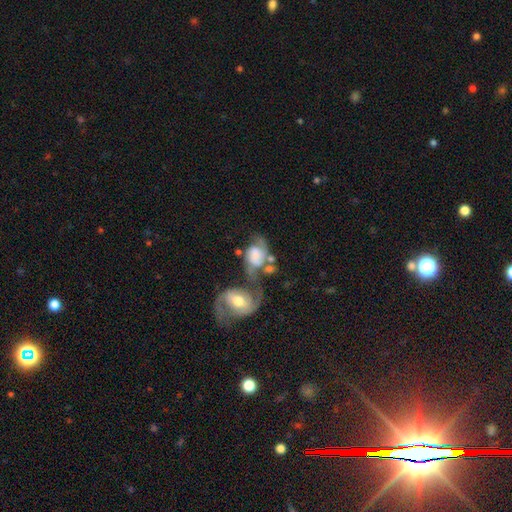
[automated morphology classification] Smooth or featured?
  - featured or disk: 64% *
  - smooth: 29%
  - star or artifact: 7%
Edge-on disk?
  - no: 97% *
  - yes: 3%
Bar?
  - no: 58% *
  - weak: 30%
  - strong: 11%
Spiral arms?
  - yes: 85% *
  - no: 15%
Spiral winding?
  - medium: 42% *
  - loose: 38%
  - tight: 20%
Spiral arm count?
  - 2: 81% *
  - 1: 8%
  - can't tell: 7%
  - 3: 2%
  - 4: 1%
  - more than 4: 1%
Bulge size?
  - moderate: 29% * (tied)
  - large: 29% * (tied)
  - none: 19%
  - small: 16%
  - dominant: 7%
Merging?
  - merger: 45% *
  - none: 22%
  - major disturbance: 18%
  - minor disturbance: 15%